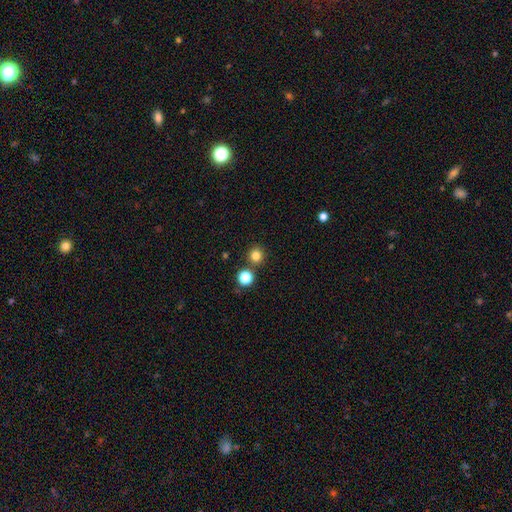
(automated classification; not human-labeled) Overall: smooth (81%). How rounded: round (93%). Merging: none (83%).